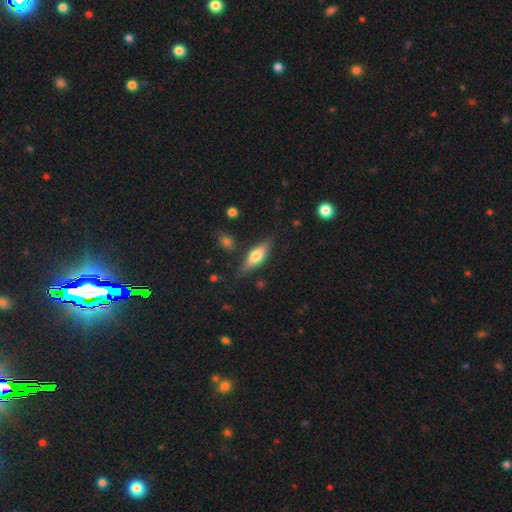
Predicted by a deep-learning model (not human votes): Smooth or featured?
  - smooth: 55% *
  - featured or disk: 38%
  - star or artifact: 7%
How rounded?
  - in between: 52% *
  - cigar-shaped: 46%
  - round: 3%
Merging?
  - none: 81% *
  - minor disturbance: 13%
  - major disturbance: 3%
  - merger: 2%